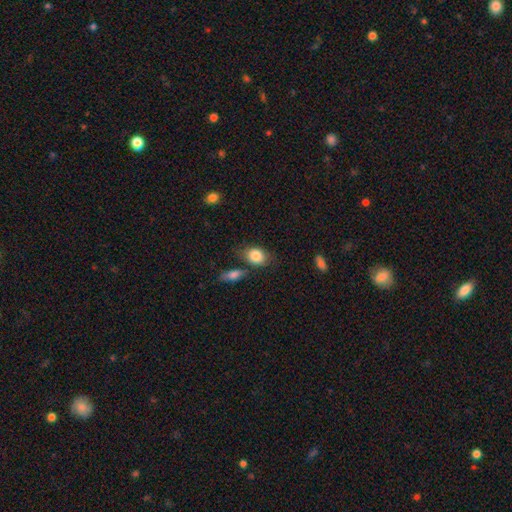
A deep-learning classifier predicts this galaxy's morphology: Smooth or featured? Predicted: smooth (p=0.84). How rounded? Predicted: in between (p=0.64). Merging? Predicted: none (p=0.63).